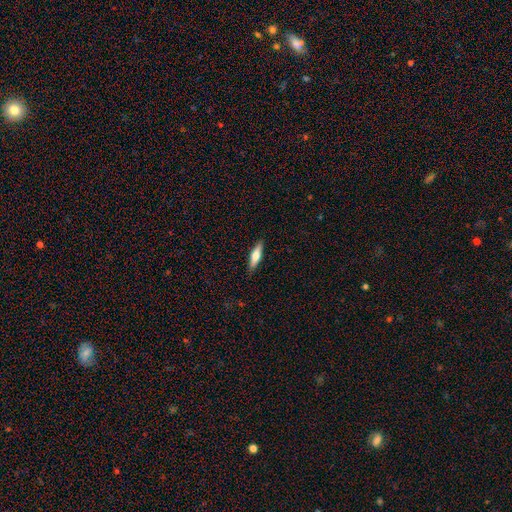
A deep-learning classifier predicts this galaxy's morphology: A smooth galaxy with no disk features (61%) that is cigar-shaped (66%).

Vote fractions:
- Smooth or featured? smooth: 61% / featured or disk: 33% / star or artifact: 6%
- How rounded? cigar-shaped: 66% / in between: 32% / round: 2%
- Merging? none: 88% / minor disturbance: 9% / major disturbance: 2% / merger: 1%